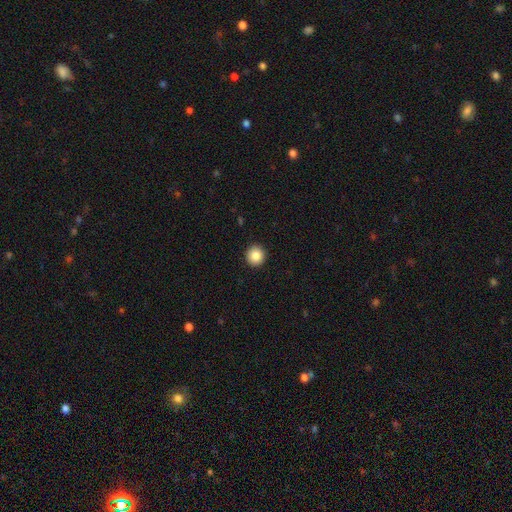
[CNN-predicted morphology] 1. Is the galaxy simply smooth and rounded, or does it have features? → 86% smooth, 9% star or artifact, 5% featured or disk.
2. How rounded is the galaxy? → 94% round, 5% in between, 1% cigar-shaped.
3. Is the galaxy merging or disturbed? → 93% none, 4% minor disturbance, 1% major disturbance, 1% merger.